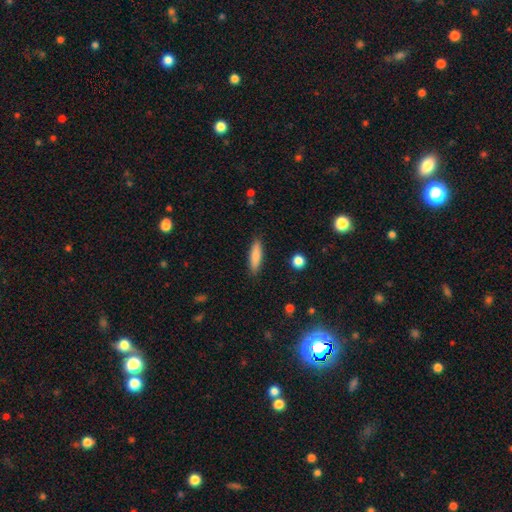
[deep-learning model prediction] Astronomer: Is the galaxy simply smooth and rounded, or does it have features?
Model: smooth — 83%.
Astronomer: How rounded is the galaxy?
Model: cigar-shaped — 69%.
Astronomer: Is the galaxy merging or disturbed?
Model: none — 88%.